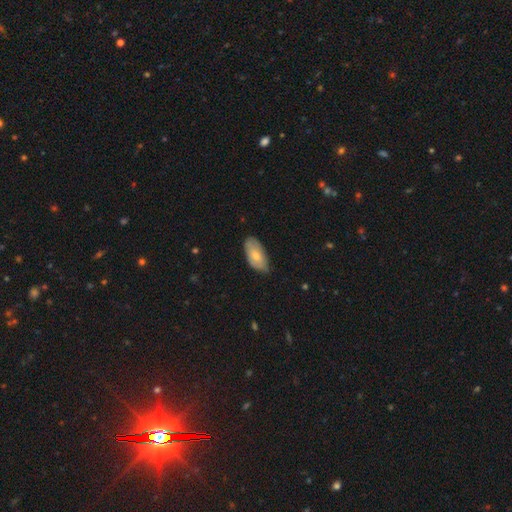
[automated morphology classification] Overall: smooth (69%). How rounded: in between (94%). Merging: none (70%).